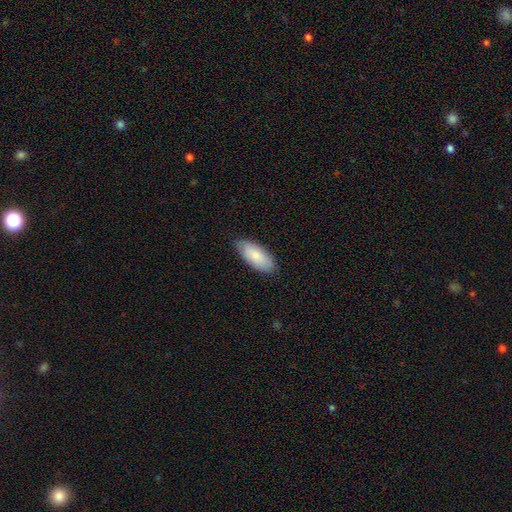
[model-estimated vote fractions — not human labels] Morphology: type=smooth (82%); roundness=in between (88%); merging=none (82%).